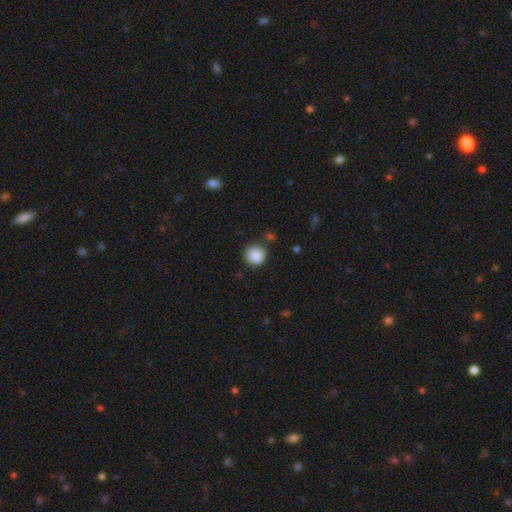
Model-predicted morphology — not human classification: Smooth or featured? smooth (88%)
How rounded? round (93%)
Merging? none (83%)